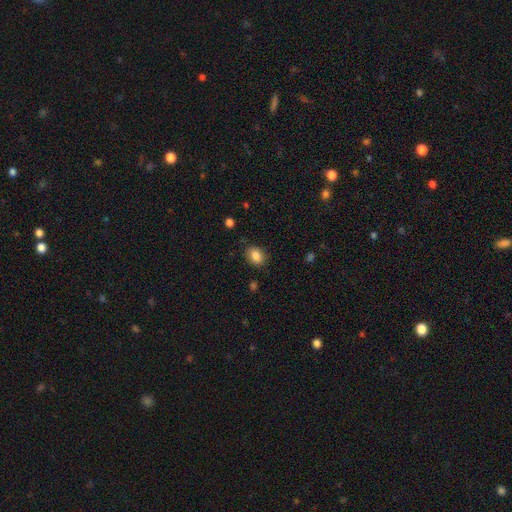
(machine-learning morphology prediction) smooth_or_featured: smooth (p=0.85) [alt: star or artifact p=0.09]
how_rounded: in between (p=0.70) [alt: round p=0.29]
merging: none (p=0.85) [alt: minor disturbance p=0.11]